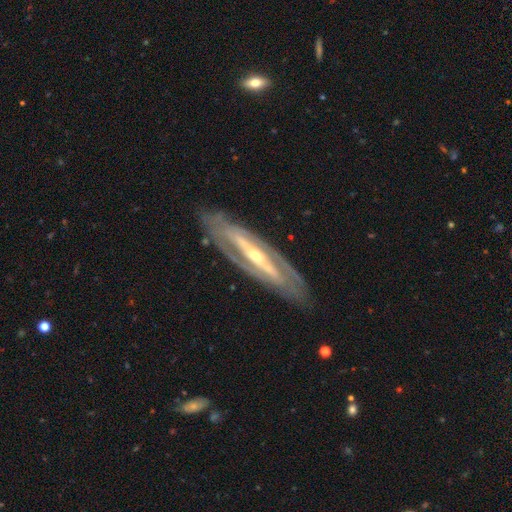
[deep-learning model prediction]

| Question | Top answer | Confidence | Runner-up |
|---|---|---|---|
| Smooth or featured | featured or disk | 86% | smooth (9%) |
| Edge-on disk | no | 69% | yes (31%) |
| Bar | strong | 63% | weak (20%) |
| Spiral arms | yes | 80% | no (20%) |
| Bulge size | small | 57% | moderate (39%) |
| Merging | none | 83% | minor disturbance (11%) |